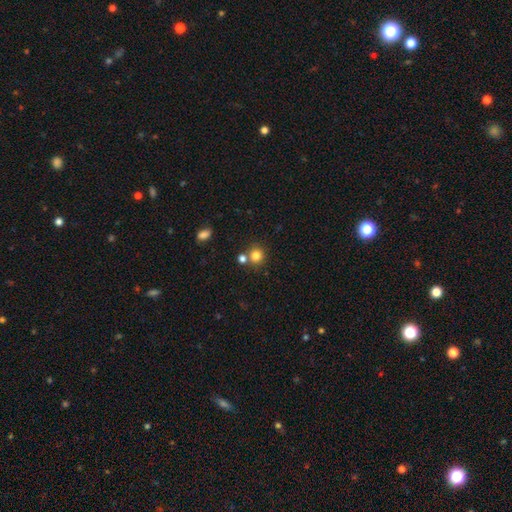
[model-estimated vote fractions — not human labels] Smooth or featured: smooth — 81% (star or artifact — 12%)
How rounded: round — 90% (in between — 9%)
Merging: none — 69% (merger — 20%)